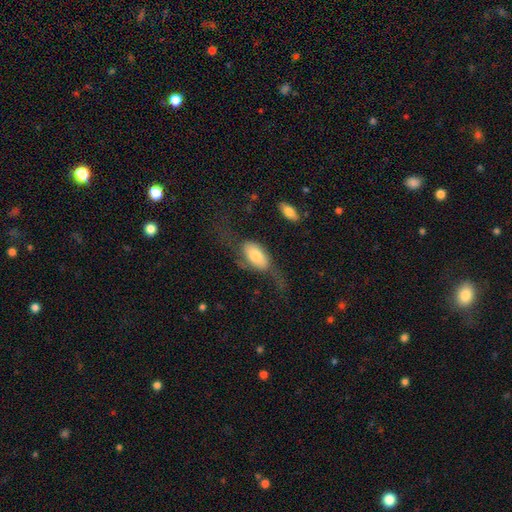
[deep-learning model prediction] A smooth galaxy with no disk features (51%) that is in between round and cigar-shaped (88%).

Vote fractions:
- Smooth or featured? smooth: 51% / featured or disk: 42% / star or artifact: 7%
- How rounded? in between: 88% / cigar-shaped: 7% / round: 5%
- Merging? major disturbance: 43% / none: 33% / minor disturbance: 20% / merger: 3%